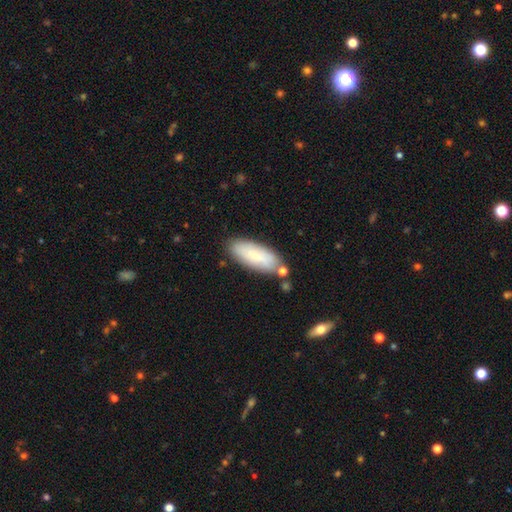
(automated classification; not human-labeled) Smooth or featured? Predicted: smooth (p=0.72). How rounded? Predicted: in between (p=0.76). Merging? Predicted: none (p=0.77).